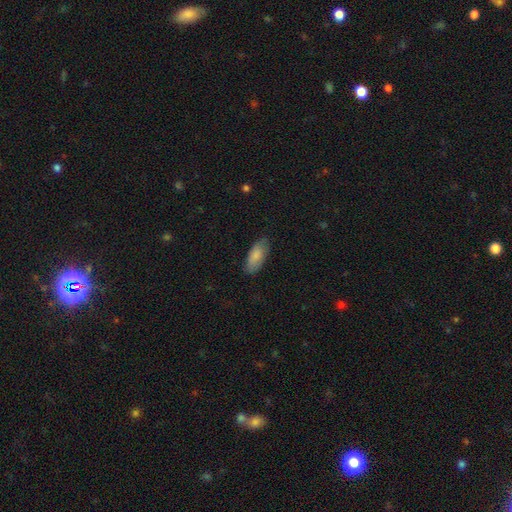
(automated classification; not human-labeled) This appears to be a smooth galaxy with no disk features (81%) that is in between round and cigar-shaped (84%). Merging: none (77%).